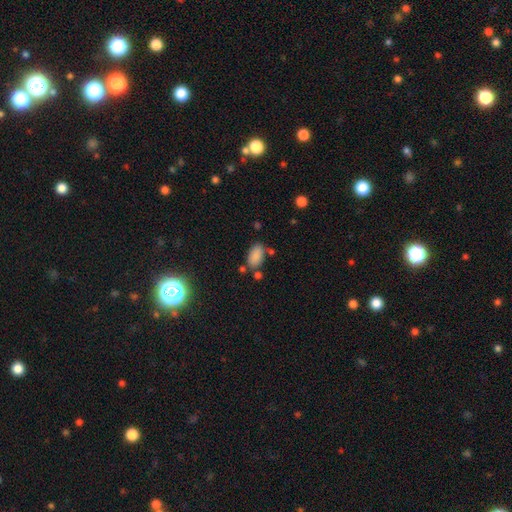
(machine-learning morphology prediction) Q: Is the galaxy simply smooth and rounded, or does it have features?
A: smooth — 85%.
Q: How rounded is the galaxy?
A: in between — 93%.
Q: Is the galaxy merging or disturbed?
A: none — 69%.